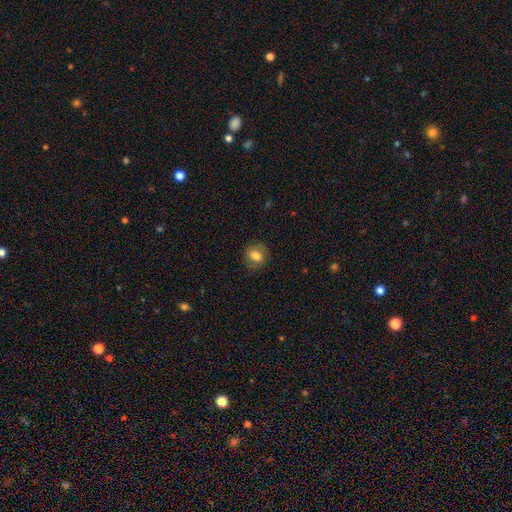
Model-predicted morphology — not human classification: Overall: smooth (75%). How rounded: round (66%; in between 33%). Merging: none (83%).